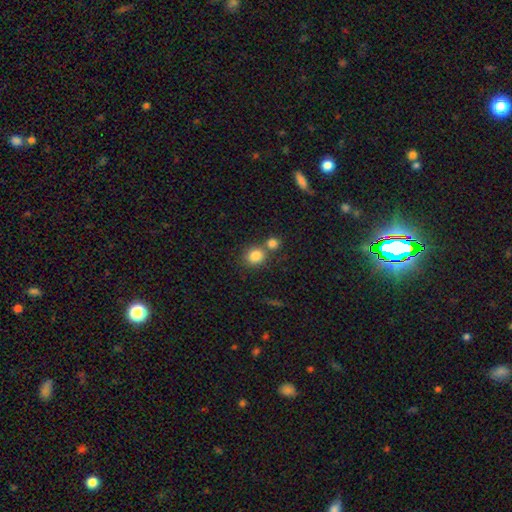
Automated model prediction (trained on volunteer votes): smooth-or-featured: smooth: 83% | star or artifact: 11% | featured or disk: 6%
  how-rounded: round: 77% | in between: 22% | cigar-shaped: 1%
  merging: none: 55% | merger: 34% | minor disturbance: 9% | major disturbance: 3%